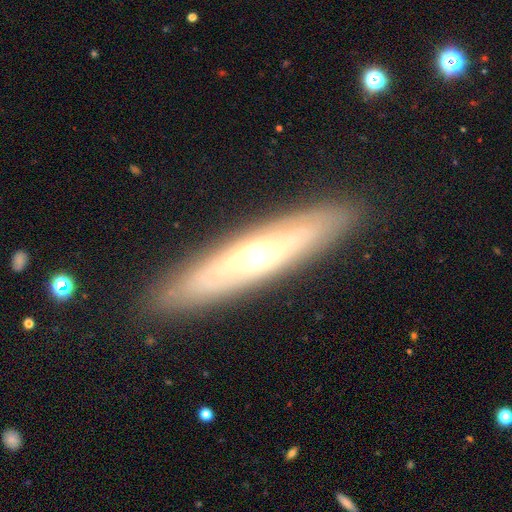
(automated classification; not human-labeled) The model was most divided on "edge-on disk": yes: 56%, no: 44%. More confident: merging — none (88%); smooth or featured — featured or disk (64%).